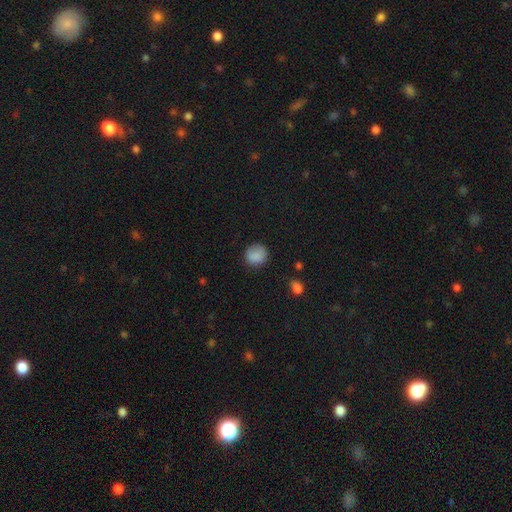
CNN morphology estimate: Overall: smooth (86%). How rounded: round (84%). Merging: none (78%).